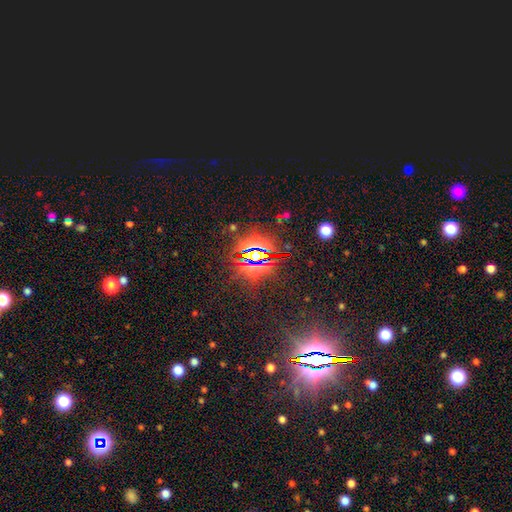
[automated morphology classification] smooth_or_featured: star or artifact (p=0.80) [alt: smooth p=0.11]